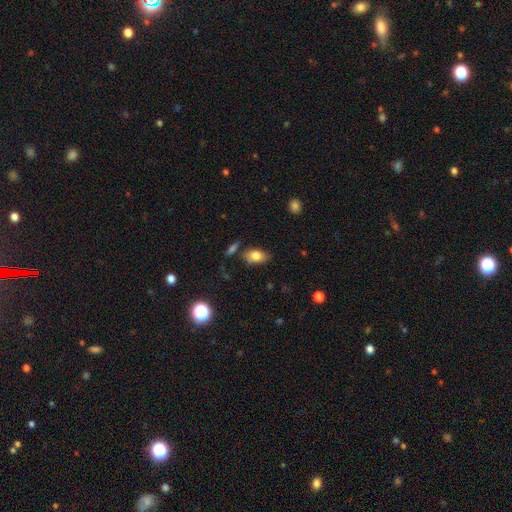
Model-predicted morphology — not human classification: This appears to be a smooth galaxy with no disk features (79%) that is in between round and cigar-shaped (88%). Merging: none (75%).